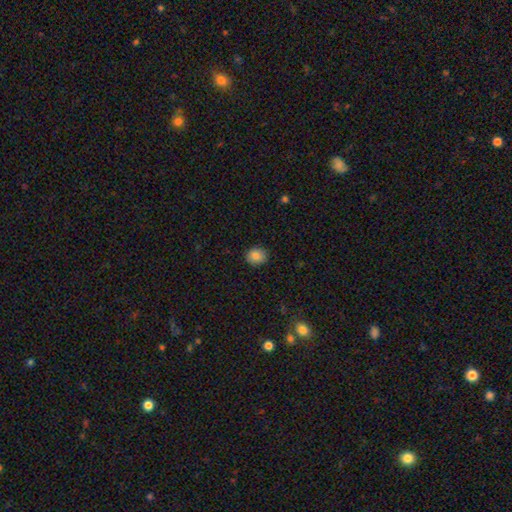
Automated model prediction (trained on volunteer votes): This is clearly a smooth galaxy (84%). How rounded: likely round (78%). Merging: clearly none (88%).